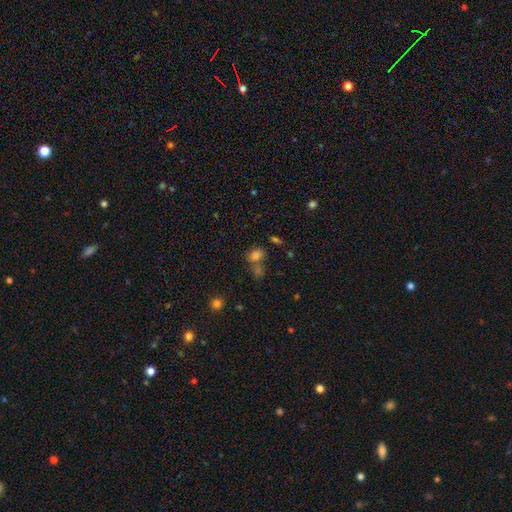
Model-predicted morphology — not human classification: This appears to be a smooth galaxy with no disk features (71%) that is in between round and cigar-shaped (59%). Merging: none (44%).